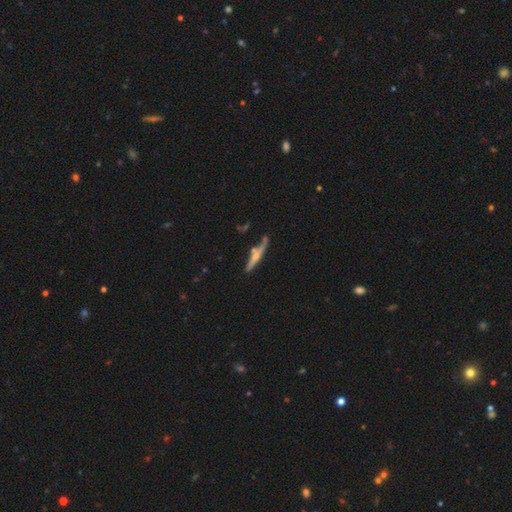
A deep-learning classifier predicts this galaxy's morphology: Smooth or featured? Predicted: featured or disk (p=0.64). Edge-on disk? Predicted: yes (p=0.95). Edge-on bulge? Predicted: rounded (p=0.82). Merging? Predicted: none (p=0.68).